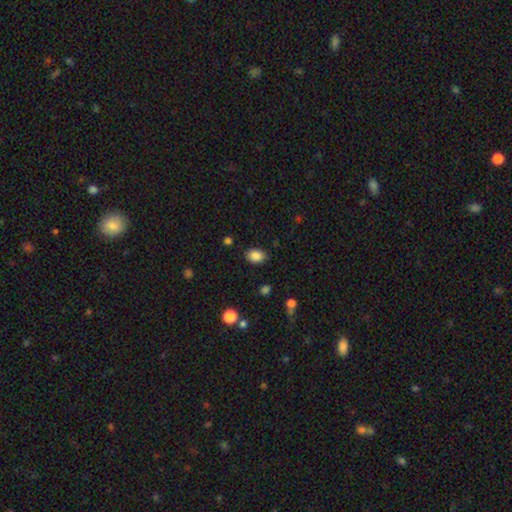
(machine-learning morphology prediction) Smooth or featured: smooth — 86% (star or artifact — 9%)
How rounded: in between — 78% (round — 21%)
Merging: none — 84% (minor disturbance — 11%)